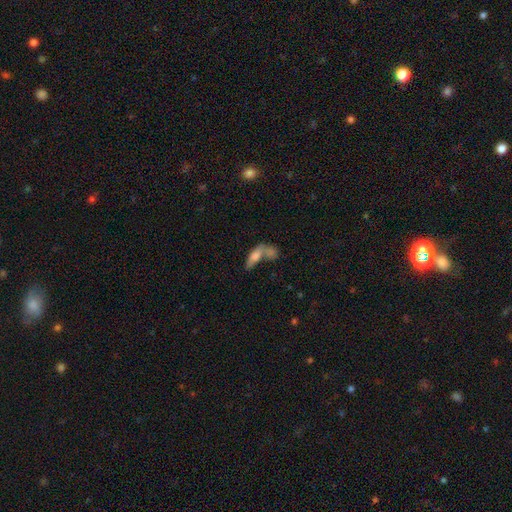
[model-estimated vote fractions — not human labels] A smooth galaxy with no disk features (64%) that is in between round and cigar-shaped (66%). Merging: merger (51%).